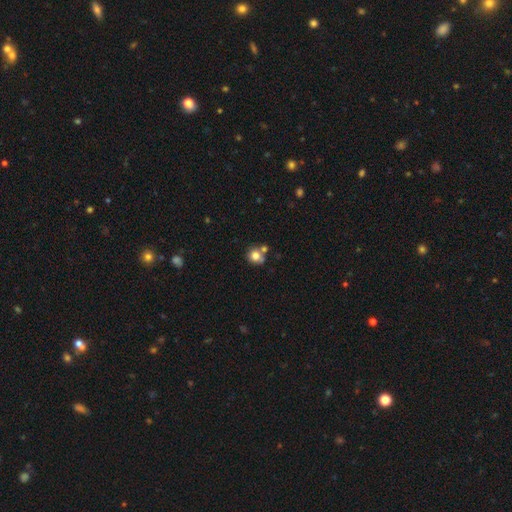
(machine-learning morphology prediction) Smooth or featured? Predicted: smooth (p=0.79). How rounded? Predicted: round (p=0.82). Merging? Predicted: none (p=0.56).